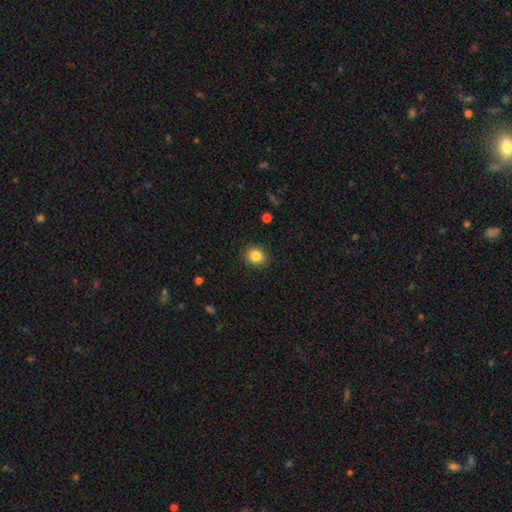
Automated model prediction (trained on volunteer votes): smooth_or_featured: smooth (p=0.84) [alt: star or artifact p=0.10]
how_rounded: round (p=0.80) [alt: in between p=0.19]
merging: none (p=0.90) [alt: minor disturbance p=0.06]